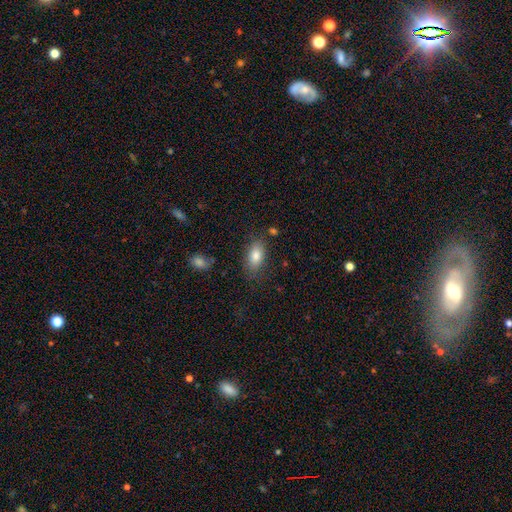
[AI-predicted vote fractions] The model was most divided on "merging": none: 77%, minor disturbance: 15%, major disturbance: 4%, merger: 3%. More confident: how rounded — in between (91%); smooth or featured — smooth (83%).